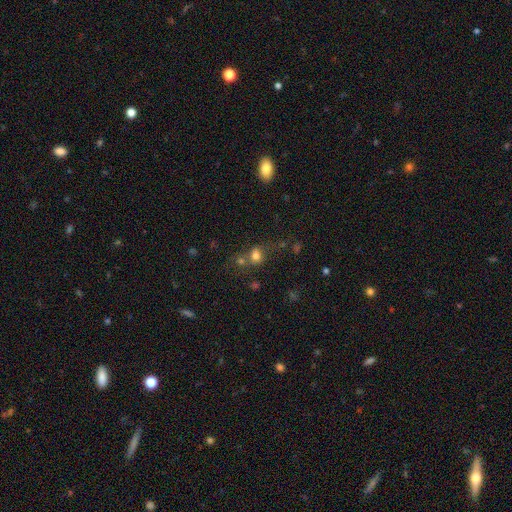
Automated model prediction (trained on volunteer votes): The model was most divided on "merging": none: 44%, merger: 36%, minor disturbance: 13%, major disturbance: 8%. More confident: smooth or featured — smooth (72%); how rounded — round (66%).